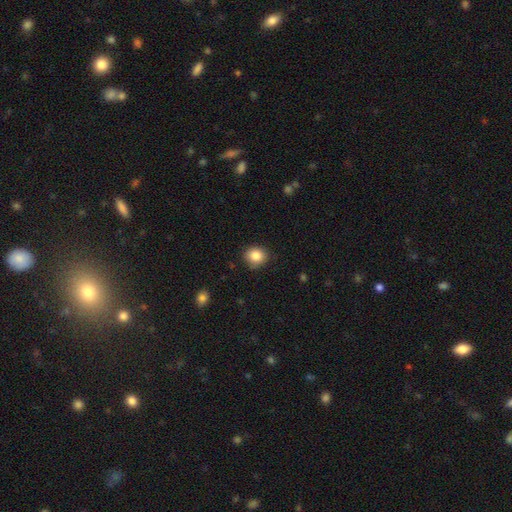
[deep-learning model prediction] This appears to be a smooth galaxy with no disk features (85%) that is round (77%). Merging: none (84%).